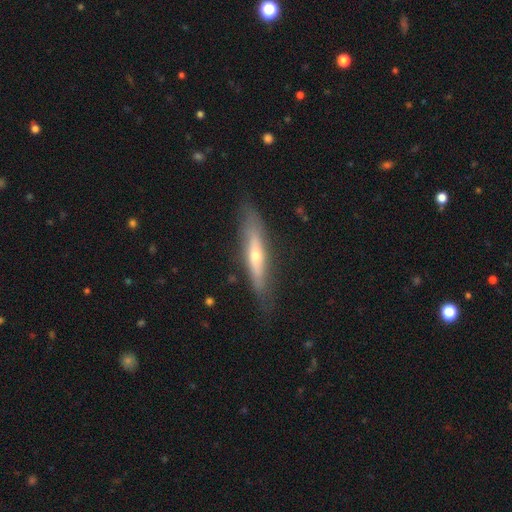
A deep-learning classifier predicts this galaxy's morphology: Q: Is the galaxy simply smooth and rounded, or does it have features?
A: featured or disk — 56%.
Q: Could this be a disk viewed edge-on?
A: yes — 79%.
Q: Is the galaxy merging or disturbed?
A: none — 79%.